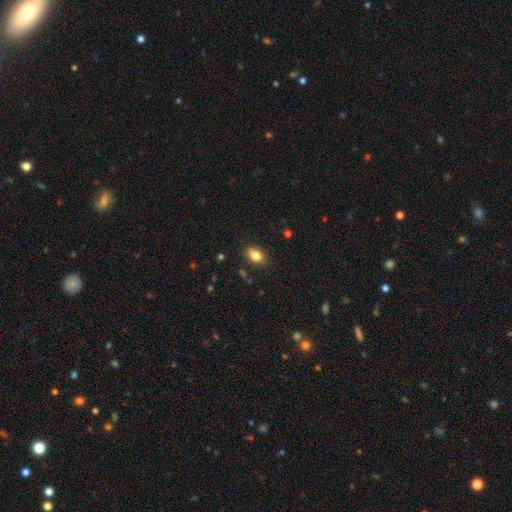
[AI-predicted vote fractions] This is clearly a smooth galaxy (82%). How rounded: clearly in between (82%). Merging: clearly none (85%).